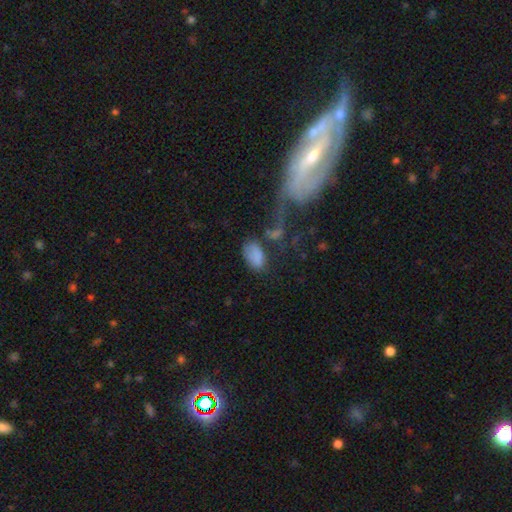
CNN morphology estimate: This appears to be a smooth galaxy with no disk features (77%) that is in between round and cigar-shaped (92%). Merging: none (51%).